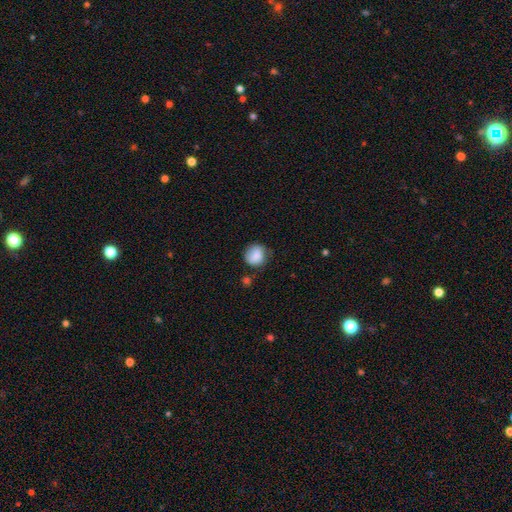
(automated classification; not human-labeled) Morphology: type=smooth (82%); roundness=round (76%); merging=none (61%).